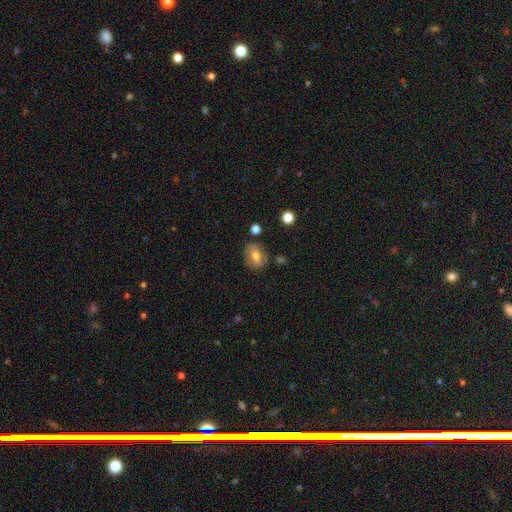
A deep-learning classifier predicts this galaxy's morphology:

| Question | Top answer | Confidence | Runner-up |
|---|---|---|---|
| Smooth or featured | smooth | 66% | featured or disk (24%) |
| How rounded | in between | 60% | round (38%) |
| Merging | none | 73% | minor disturbance (17%) |